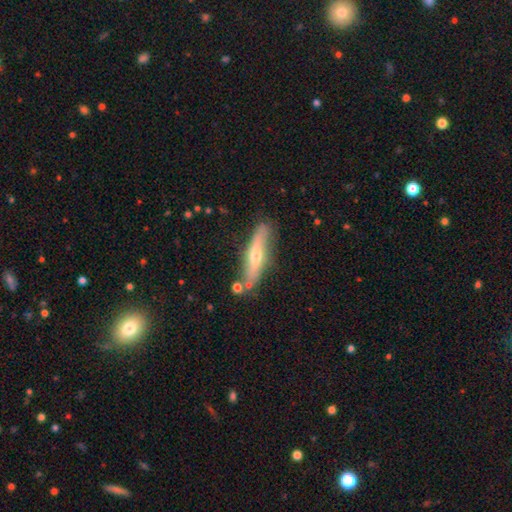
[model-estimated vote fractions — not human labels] Smooth or featured?
  - featured or disk: 55% *
  - smooth: 38%
  - star or artifact: 6%
Edge-on disk?
  - yes: 77% *
  - no: 23%
Merging?
  - none: 75% *
  - minor disturbance: 16%
  - merger: 6%
  - major disturbance: 4%